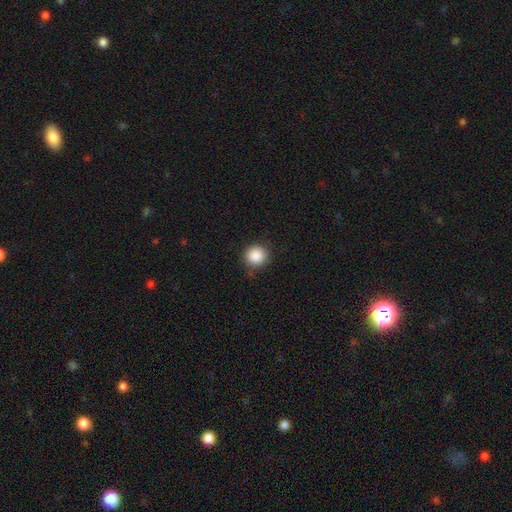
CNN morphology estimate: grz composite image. It shows a smooth galaxy with no disk features (88%) that is round (94%). Merging: none (85%).